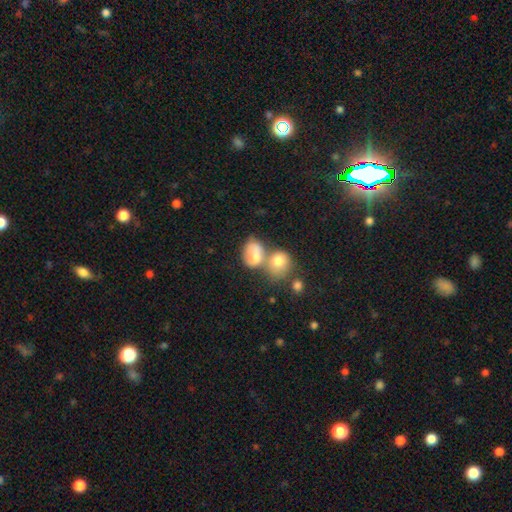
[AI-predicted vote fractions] smooth 67%, featured or disk 23%, star or artifact 10%. Down the decision tree: how rounded — in between (60%); merging — merger (58%).